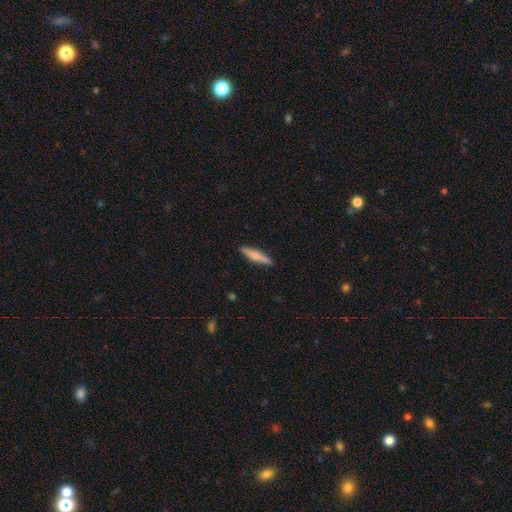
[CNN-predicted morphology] This is likely a smooth galaxy (65%). How rounded: clearly cigar-shaped (85%). Merging: clearly none (88%).